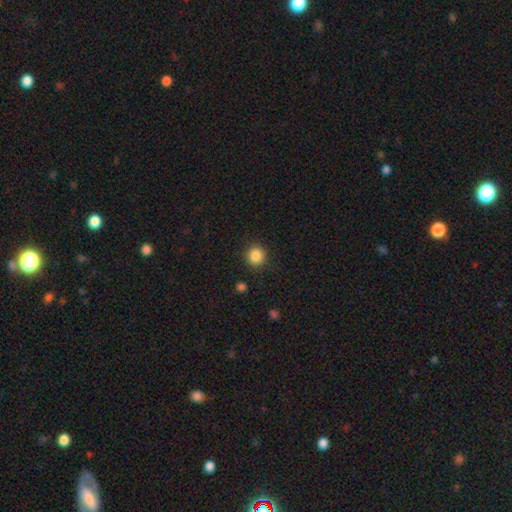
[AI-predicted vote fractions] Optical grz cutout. It shows a smooth galaxy with no disk features (87%) that is round (90%). Merging: none (89%).